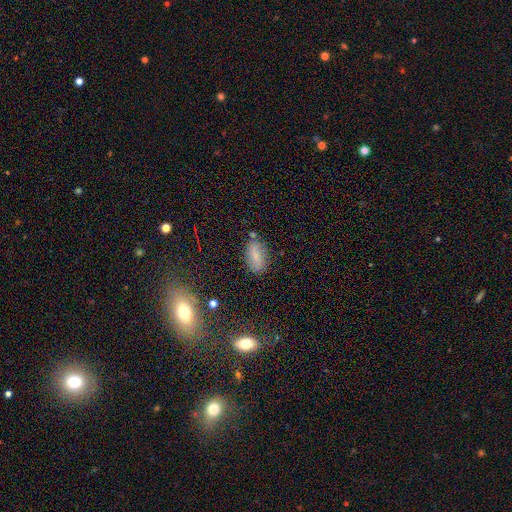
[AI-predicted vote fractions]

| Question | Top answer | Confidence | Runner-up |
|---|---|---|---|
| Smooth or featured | smooth | 71% | featured or disk (18%) |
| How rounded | in between | 88% | cigar-shaped (7%) |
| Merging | none | 75% | minor disturbance (16%) |